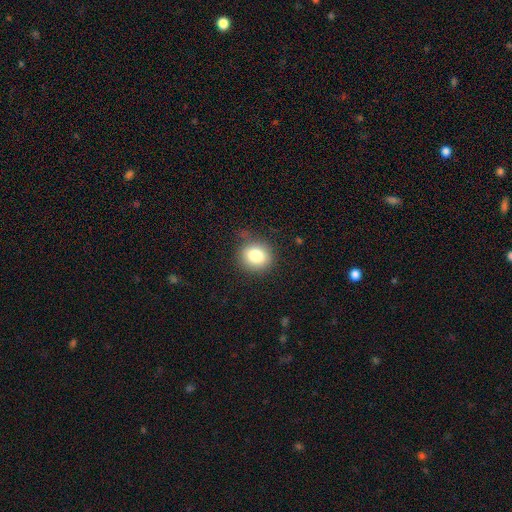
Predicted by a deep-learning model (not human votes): smooth 82%, star or artifact 10%, featured or disk 8%. Down the decision tree: how rounded — round (73%); merging — none (77%).